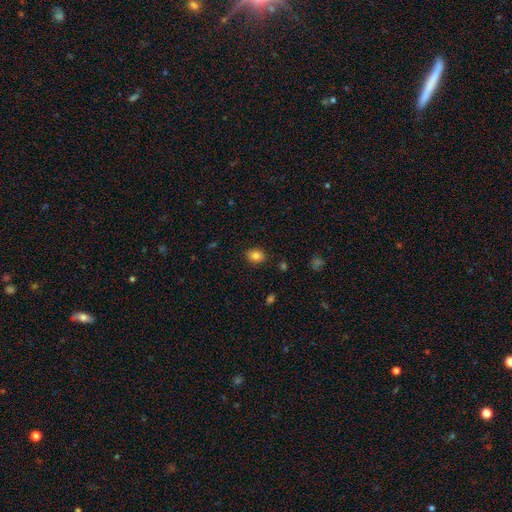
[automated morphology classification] This appears to be a smooth galaxy with no disk features (85%) that is in between round and cigar-shaped (57%). Merging: none (87%).